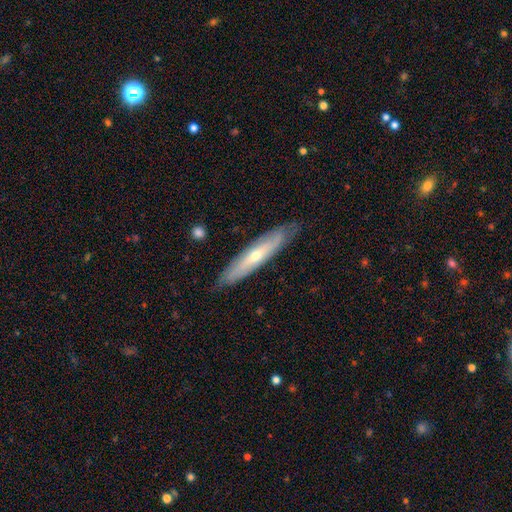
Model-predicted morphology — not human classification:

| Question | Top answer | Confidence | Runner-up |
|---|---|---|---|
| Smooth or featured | featured or disk | 59% | smooth (36%) |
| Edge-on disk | yes | 61% | no (39%) |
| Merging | none | 83% | minor disturbance (13%) |